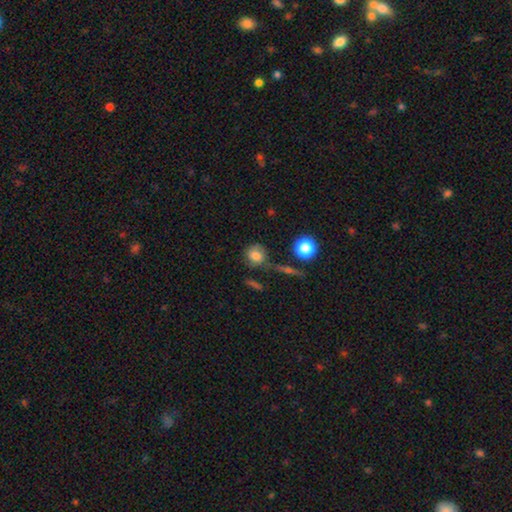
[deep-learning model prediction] smooth 78%, star or artifact 12%, featured or disk 11%. Down the decision tree: how rounded — round (75%); merging — none (63%).